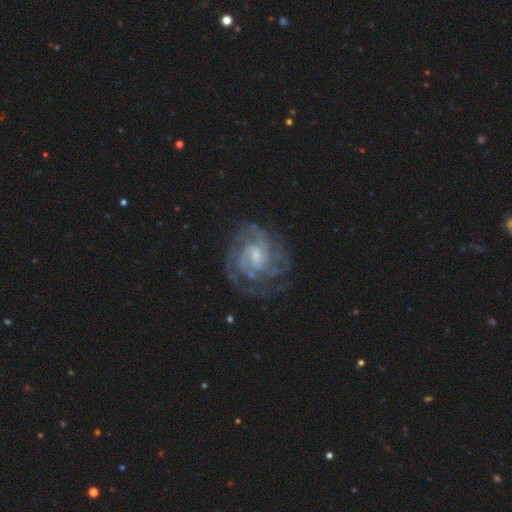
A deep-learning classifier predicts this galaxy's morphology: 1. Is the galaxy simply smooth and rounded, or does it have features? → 89% featured or disk, 6% smooth, 6% star or artifact.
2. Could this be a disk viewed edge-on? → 98% no, 2% yes.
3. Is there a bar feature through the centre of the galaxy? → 47% weak, 44% no, 9% strong.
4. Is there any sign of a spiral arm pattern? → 97% yes, 3% no.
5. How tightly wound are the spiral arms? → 60% tight, 34% medium, 6% loose.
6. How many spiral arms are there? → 28% can't tell, 23% 3, 20% 2, 16% 4, 7% more than 4, 6% 1.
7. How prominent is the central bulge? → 57% small, 34% moderate, 6% none, 2% large, 1% dominant.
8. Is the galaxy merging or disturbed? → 71% none, 17% minor disturbance, 11% major disturbance, 1% merger.